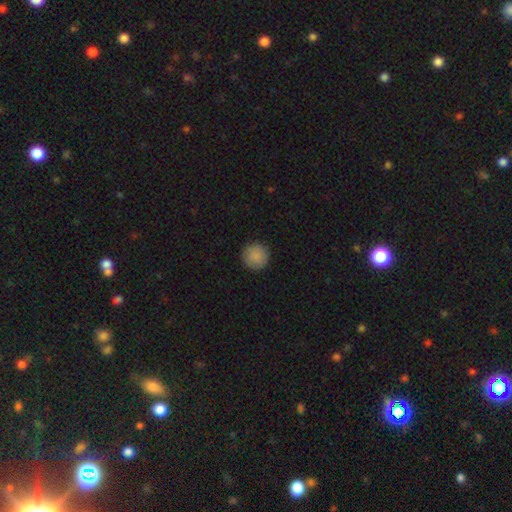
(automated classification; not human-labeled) Morphology: type=smooth (88%); roundness=round (95%); merging=none (90%).